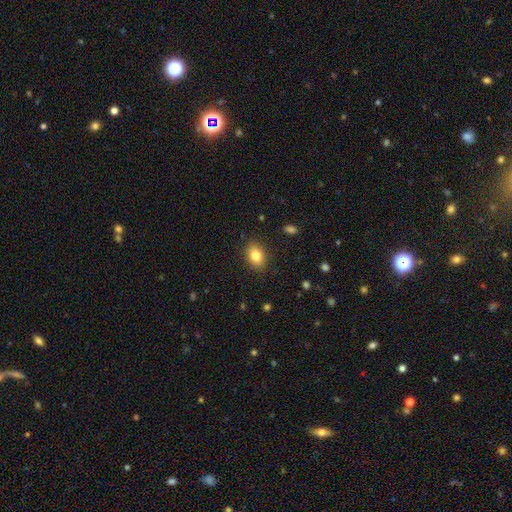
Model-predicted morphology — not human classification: smooth 82%, featured or disk 9%, star or artifact 9%. Down the decision tree: how rounded — in between (76%); merging — none (87%).